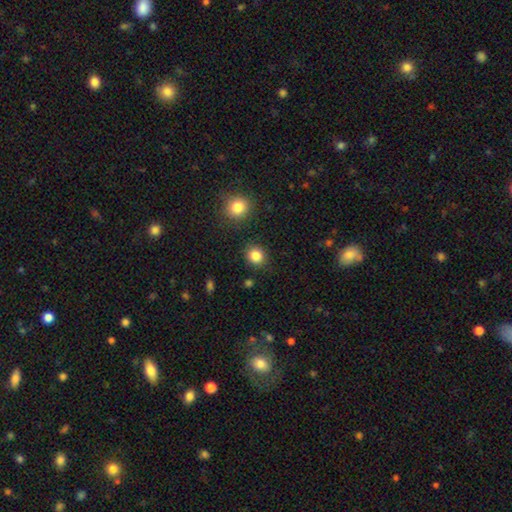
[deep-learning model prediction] Smooth or featured?
  - smooth: 85% *
  - star or artifact: 10%
  - featured or disk: 4%
How rounded?
  - round: 80% *
  - in between: 19%
  - cigar-shaped: 1%
Merging?
  - none: 88% *
  - minor disturbance: 7%
  - major disturbance: 2%
  - merger: 2%